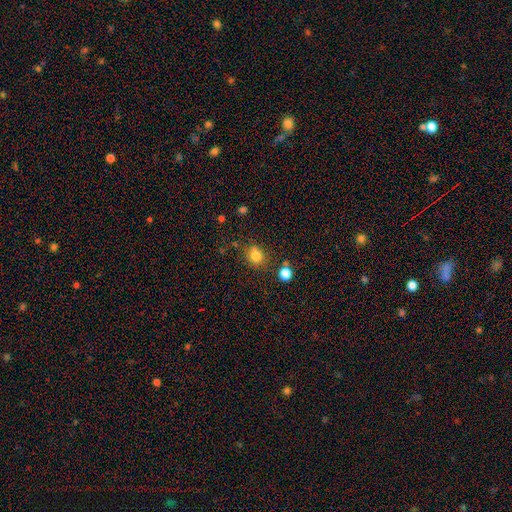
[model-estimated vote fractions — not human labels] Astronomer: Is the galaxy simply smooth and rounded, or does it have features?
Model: smooth — 80%.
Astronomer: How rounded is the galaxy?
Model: round — 78%.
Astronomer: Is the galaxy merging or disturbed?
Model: none — 71%.